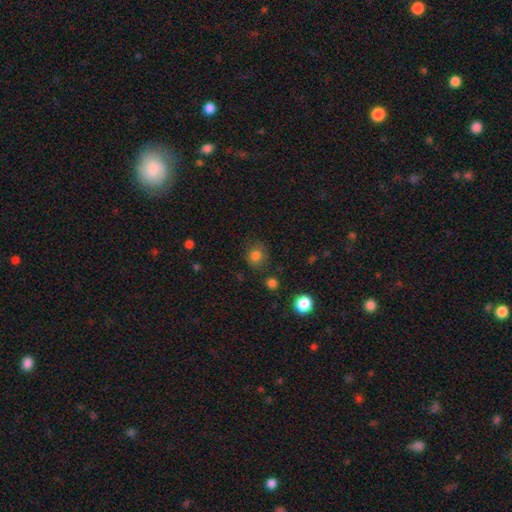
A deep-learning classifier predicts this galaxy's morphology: A smooth galaxy with no disk features (80%) that is round (76%).

Vote fractions:
- Smooth or featured? smooth: 80% / star or artifact: 13% / featured or disk: 7%
- How rounded? round: 76% / in between: 23% / cigar-shaped: 1%
- Merging? none: 75% / minor disturbance: 17% / major disturbance: 6% / merger: 3%